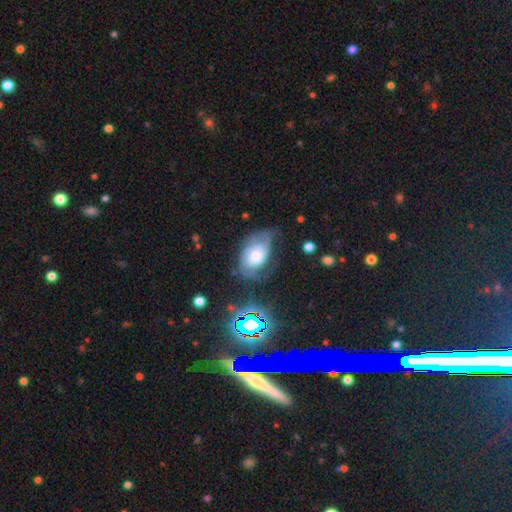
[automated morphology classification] smooth_or_featured: smooth (p=0.46) [alt: featured or disk p=0.42]
merging: none (p=0.35) [alt: minor disturbance p=0.33]